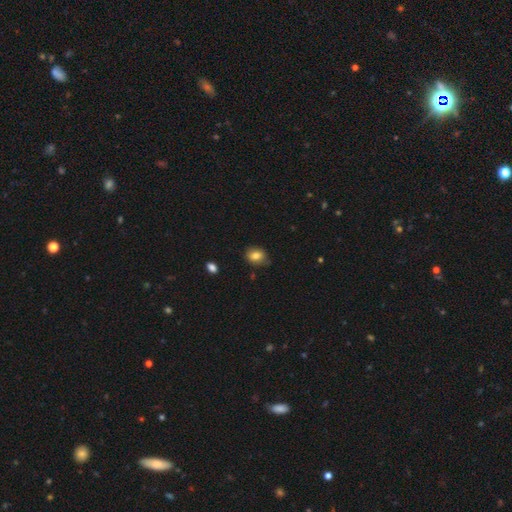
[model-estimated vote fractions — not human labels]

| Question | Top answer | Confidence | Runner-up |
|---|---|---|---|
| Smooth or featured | smooth | 81% | star or artifact (10%) |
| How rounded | in between | 58% | round (41%) |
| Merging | none | 79% | minor disturbance (16%) |